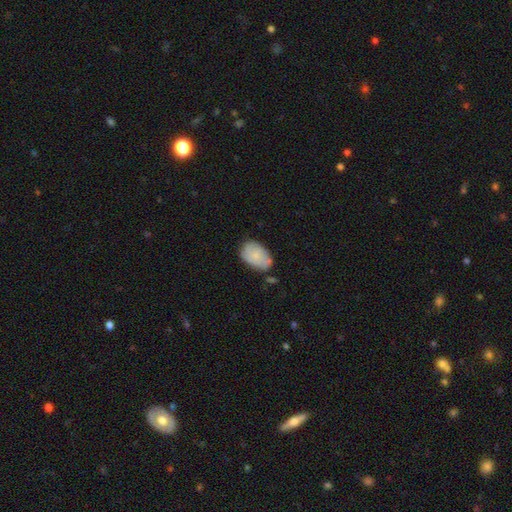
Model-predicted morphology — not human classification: Smooth or featured? Predicted: smooth (p=0.74). How rounded? Predicted: in between (p=0.90). Merging? Predicted: none (p=0.58).